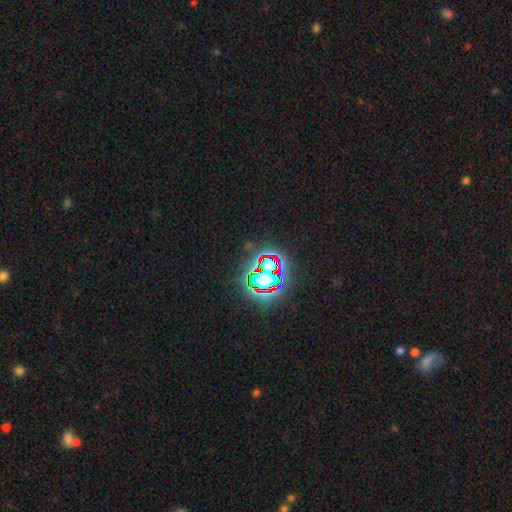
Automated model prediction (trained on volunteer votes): A star or artifact, not a galaxy (81%).

Vote fractions:
- Smooth or featured? star or artifact: 81% / smooth: 10% / featured or disk: 8%